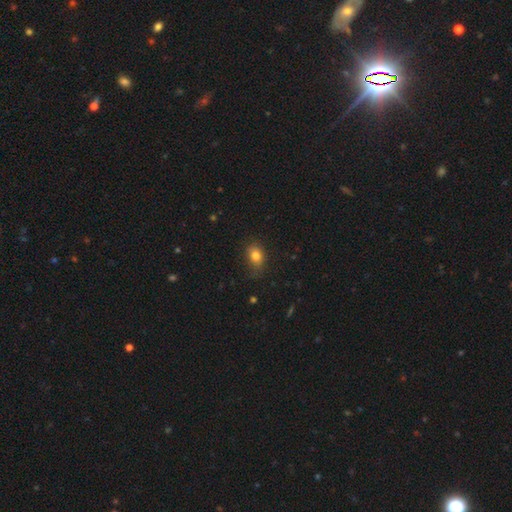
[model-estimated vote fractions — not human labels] The model was most divided on "how rounded": in between: 69%, round: 29%, cigar-shaped: 2%. More confident: smooth or featured — smooth (81%); merging — none (71%).